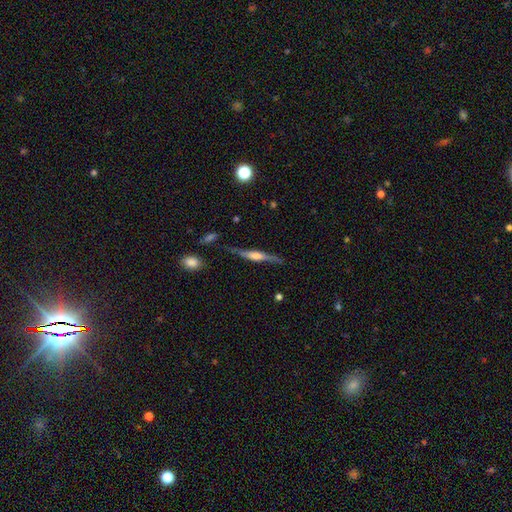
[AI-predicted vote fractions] smooth_or_featured: featured or disk (p=0.71) [alt: smooth p=0.23]
disk_edge_on: yes (p=0.96) [alt: no p=0.04]
edge_on_bulge: rounded (p=0.63) [alt: boxy p=0.29]
merging: none (p=0.78) [alt: minor disturbance p=0.15]